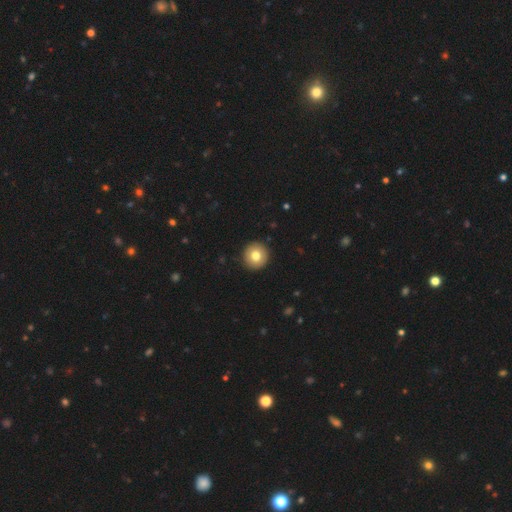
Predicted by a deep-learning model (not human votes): This is likely a smooth galaxy (78%). How rounded: clearly round (95%). Merging: clearly none (93%).